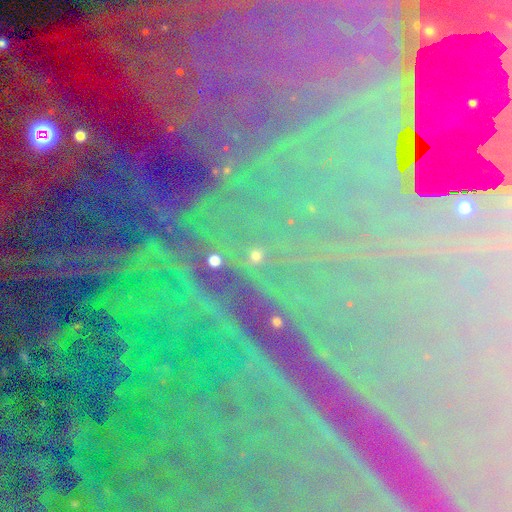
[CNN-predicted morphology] Smooth or featured? star or artifact (89%)